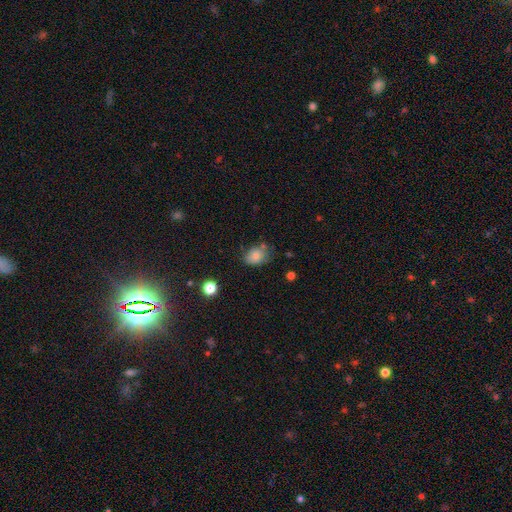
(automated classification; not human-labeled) Smooth or featured? smooth (80%)
How rounded? in between (65%)
Merging? none (65%)